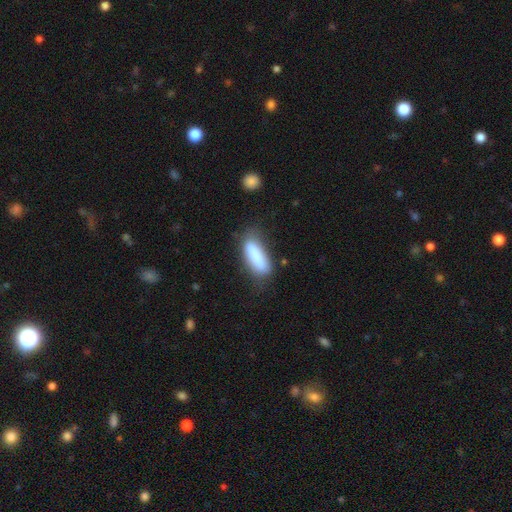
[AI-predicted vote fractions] Smooth or featured? Predicted: smooth (p=0.80). How rounded? Predicted: cigar-shaped (p=0.51). Merging? Predicted: none (p=0.66).